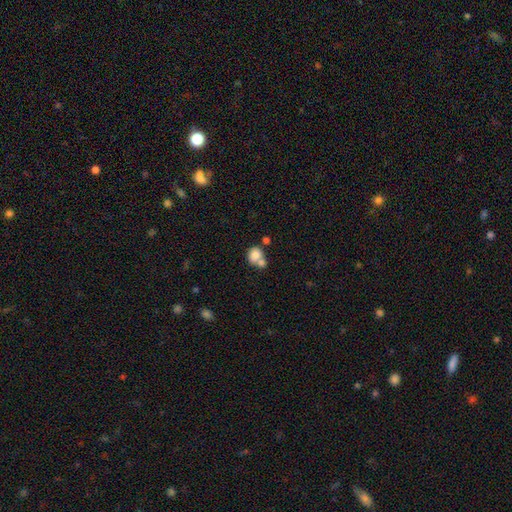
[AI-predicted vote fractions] smooth 80%, featured or disk 11%, star or artifact 9%. Down the decision tree: how rounded — round (65%); merging — merger (54%).